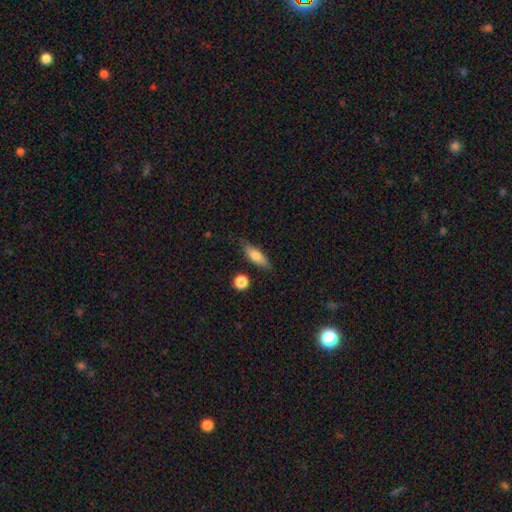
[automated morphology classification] Q: Smooth or featured?
A: smooth (75%); runner-up: featured or disk (18%)
Q: How rounded?
A: in between (56%); runner-up: cigar-shaped (40%)
Q: Merging?
A: none (77%); runner-up: minor disturbance (16%)